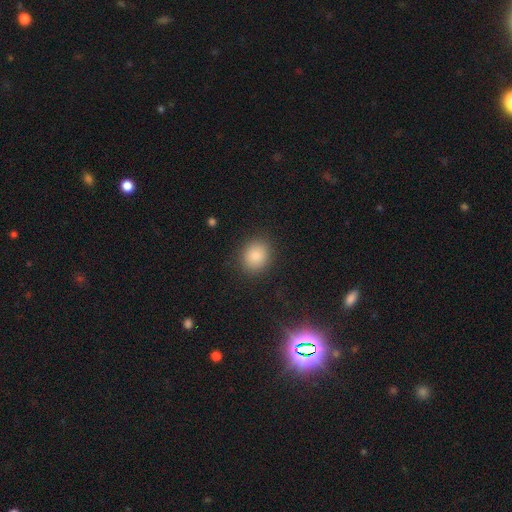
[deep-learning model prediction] A smooth galaxy with no disk features (85%) that is round (68%).

Vote fractions:
- Smooth or featured? smooth: 85% / star or artifact: 9% / featured or disk: 5%
- How rounded? round: 68% / in between: 31% / cigar-shaped: 1%
- Merging? none: 88% / minor disturbance: 8% / major disturbance: 3% / merger: 1%